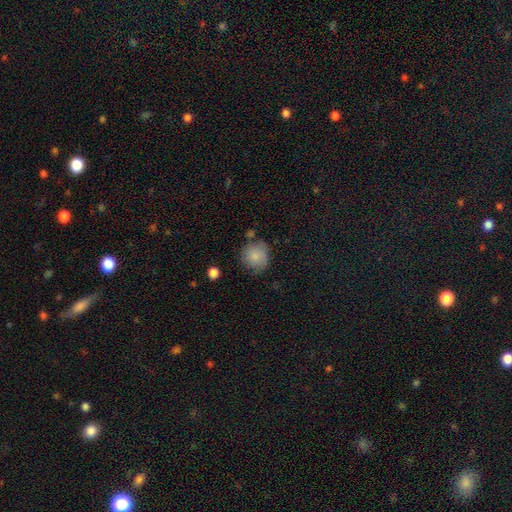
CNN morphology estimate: smooth-or-featured: smooth: 81% | featured or disk: 12% | star or artifact: 8%
  how-rounded: round: 85% | in between: 14% | cigar-shaped: 1%
  merging: none: 61% | minor disturbance: 26% | major disturbance: 7% | merger: 5%